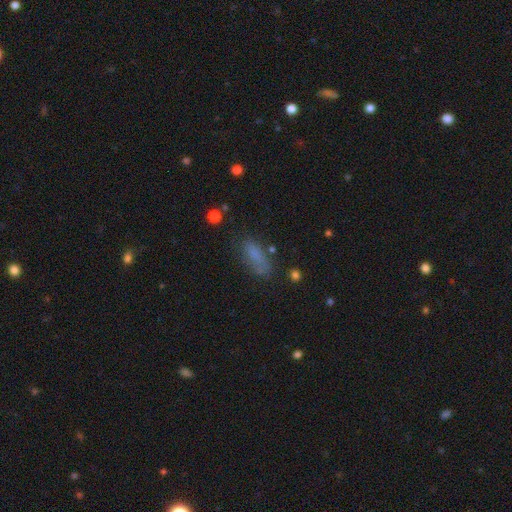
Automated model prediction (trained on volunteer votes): Q: Smooth or featured?
A: smooth (75%); runner-up: star or artifact (13%)
Q: How rounded?
A: in between (62%); runner-up: cigar-shaped (34%)
Q: Merging?
A: none (62%); runner-up: minor disturbance (24%)